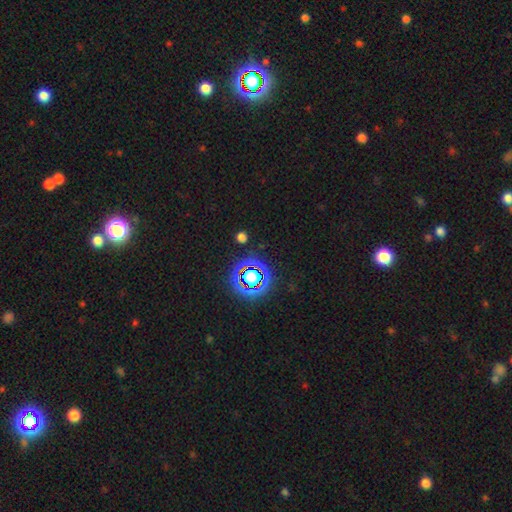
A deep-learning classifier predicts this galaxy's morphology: The model was most divided on "smooth or featured": star or artifact: 78%, smooth: 15%, featured or disk: 7%.